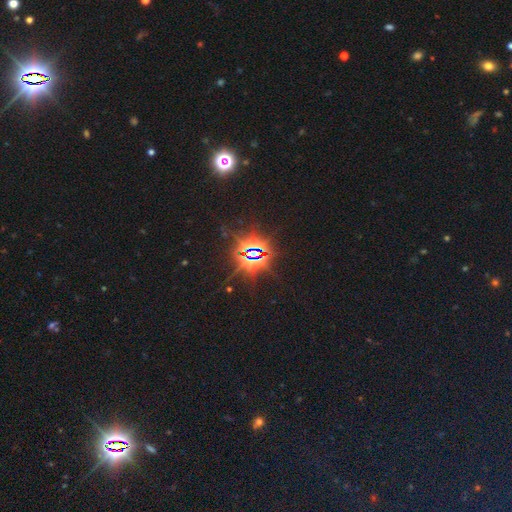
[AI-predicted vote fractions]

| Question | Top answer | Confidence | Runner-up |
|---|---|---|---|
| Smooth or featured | star or artifact | 86% | smooth (7%) |